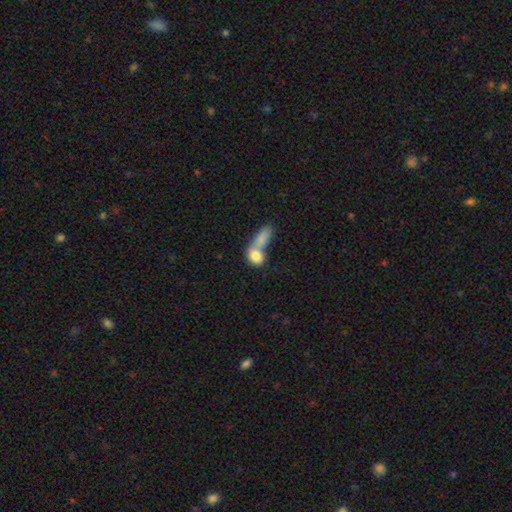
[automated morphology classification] This is clearly a smooth galaxy (80%). How rounded: likely in between (65%). Merging: likely merger (67%).